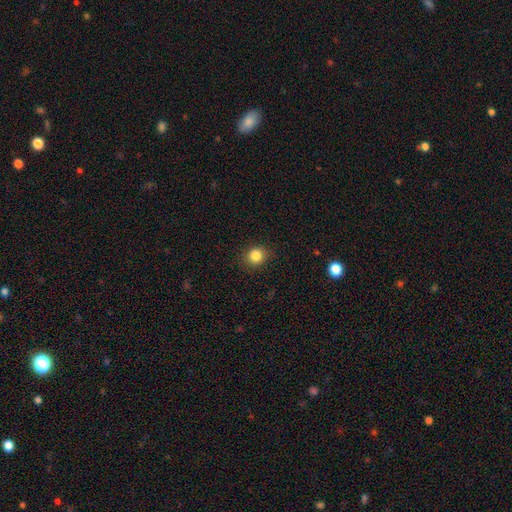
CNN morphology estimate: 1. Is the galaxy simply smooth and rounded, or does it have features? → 85% smooth, 11% star or artifact, 5% featured or disk.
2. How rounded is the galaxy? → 83% round, 16% in between, 1% cigar-shaped.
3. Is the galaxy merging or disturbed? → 87% none, 9% minor disturbance, 3% major disturbance, 1% merger.